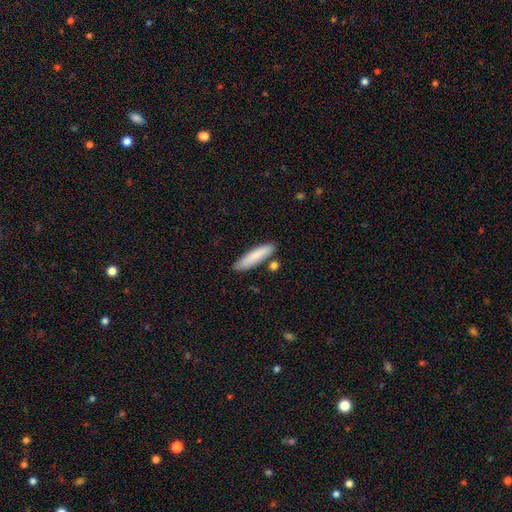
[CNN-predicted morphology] Smooth or featured? Predicted: smooth (p=0.82). How rounded? Predicted: cigar-shaped (p=0.81). Merging? Predicted: none (p=0.81).